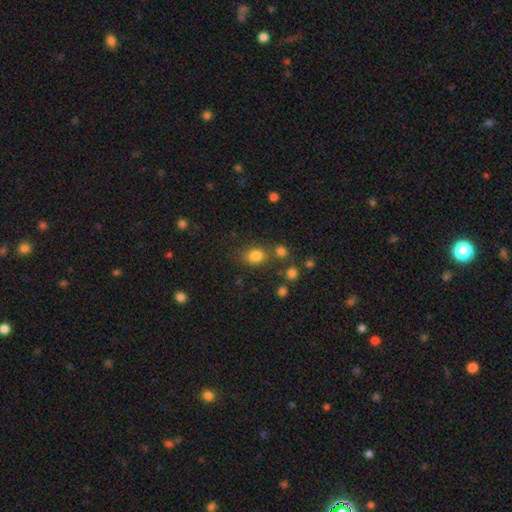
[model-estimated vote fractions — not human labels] A smooth galaxy with no disk features (81%) that is round (50%).

Vote fractions:
- Smooth or featured? smooth: 81% / star or artifact: 13% / featured or disk: 6%
- How rounded? round: 50% / in between: 49% / cigar-shaped: 1%
- Merging? none: 69% / merger: 13% / minor disturbance: 13% / major disturbance: 5%